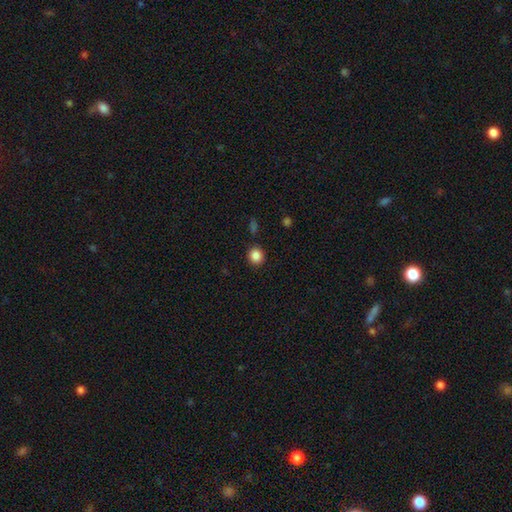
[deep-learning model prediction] Smooth or featured? smooth (86%)
How rounded? round (88%)
Merging? none (90%)